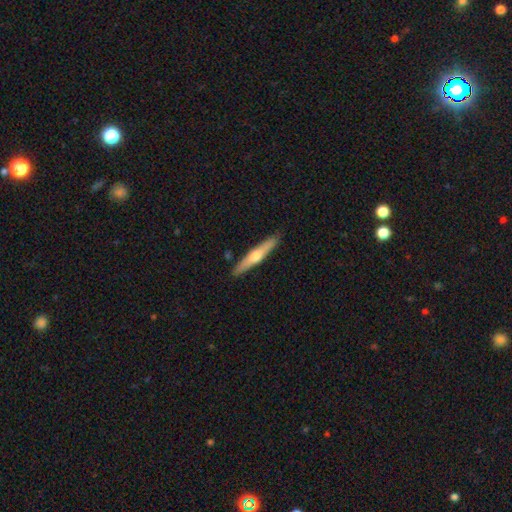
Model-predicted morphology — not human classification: Q: Smooth or featured?
A: featured or disk (57%); runner-up: smooth (38%)
Q: Edge-on disk?
A: yes (96%); runner-up: no (4%)
Q: Edge-on bulge?
A: rounded (91%); runner-up: none (6%)
Q: Merging?
A: none (90%); runner-up: minor disturbance (7%)